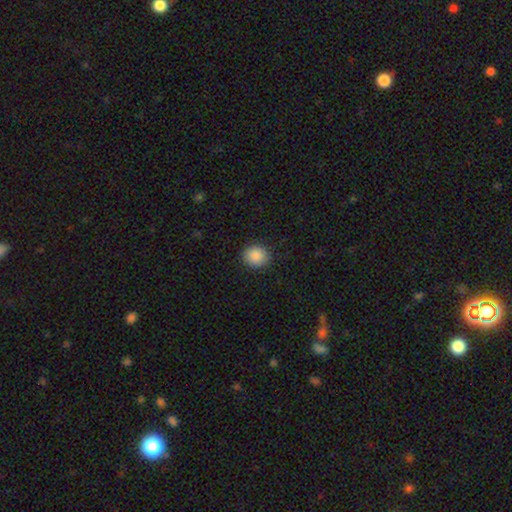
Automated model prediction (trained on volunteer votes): Smooth or featured? smooth (88%)
How rounded? round (78%)
Merging? none (90%)